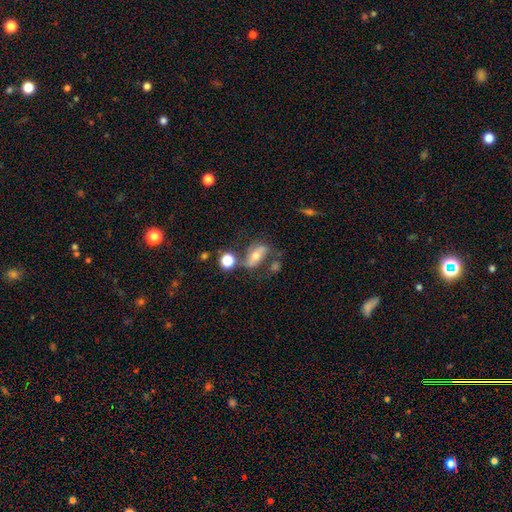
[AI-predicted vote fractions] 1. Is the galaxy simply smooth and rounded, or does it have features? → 53% featured or disk, 36% smooth, 11% star or artifact.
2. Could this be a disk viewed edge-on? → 83% no, 17% yes.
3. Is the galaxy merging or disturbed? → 55% none, 19% minor disturbance, 14% merger, 12% major disturbance.